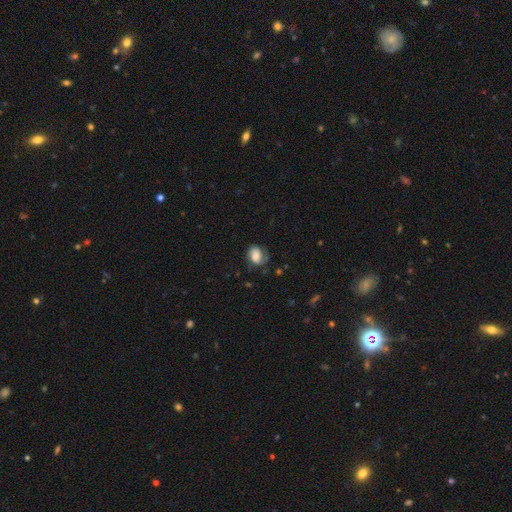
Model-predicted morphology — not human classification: smooth 53%, featured or disk 38%, star or artifact 9%. Down the decision tree: how rounded — in between (66%); merging — none (50%).